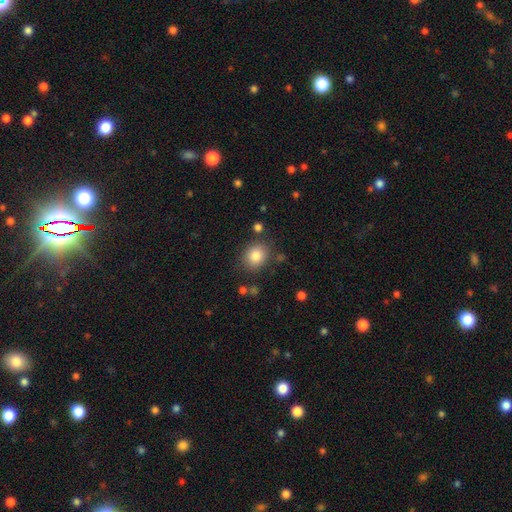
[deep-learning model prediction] A smooth galaxy with no disk features (83%) that is round (68%). Merging: none (83%).